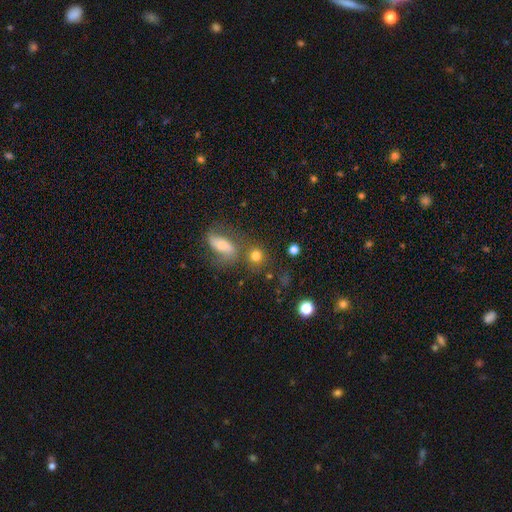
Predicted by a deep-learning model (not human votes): The model was most divided on "merging": none: 61%, merger: 22%, minor disturbance: 11%, major disturbance: 5%. More confident: how rounded — round (81%); smooth or featured — smooth (77%).